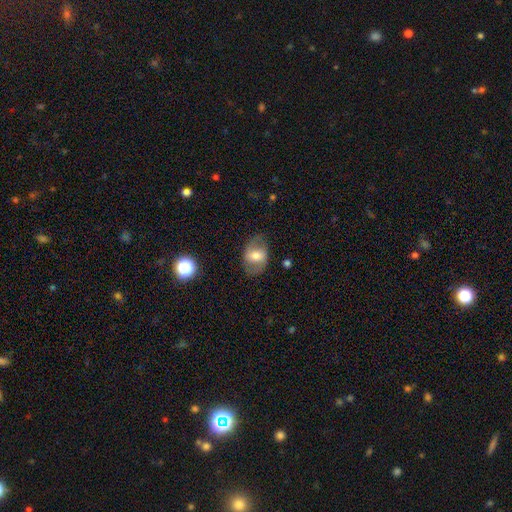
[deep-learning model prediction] featured or disk 51%, smooth 41%, star or artifact 8%. Down the decision tree: edge-on disk — no (94%); merging — none (74%).